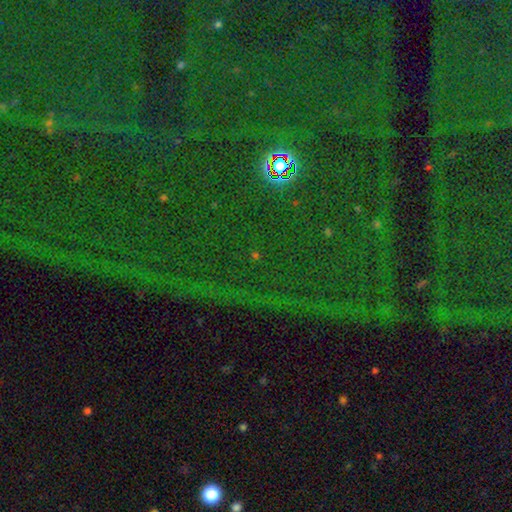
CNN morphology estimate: star or artifact 81%, smooth 11%, featured or disk 8%.